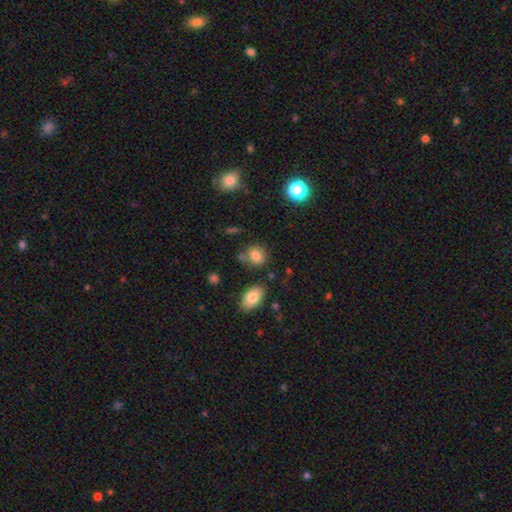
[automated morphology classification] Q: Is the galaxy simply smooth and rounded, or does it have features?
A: smooth — 79%.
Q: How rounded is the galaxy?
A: round — 54%.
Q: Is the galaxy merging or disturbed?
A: none — 70%.